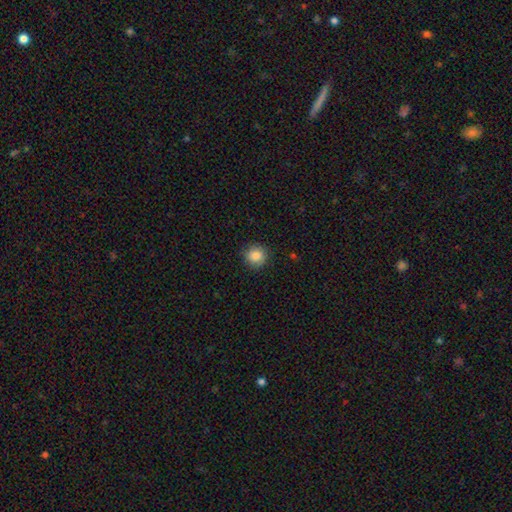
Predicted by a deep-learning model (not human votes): smooth-or-featured: smooth: 86% | star or artifact: 10% | featured or disk: 4%
  how-rounded: round: 93% | in between: 6% | cigar-shaped: 1%
  merging: none: 90% | minor disturbance: 7% | major disturbance: 2% | merger: 1%